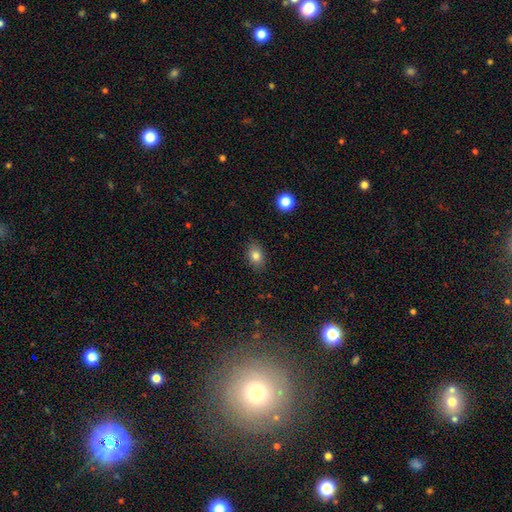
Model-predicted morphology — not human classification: Smooth or featured?
  - smooth: 82% *
  - star or artifact: 10%
  - featured or disk: 8%
How rounded?
  - in between: 76% *
  - round: 23%
  - cigar-shaped: 1%
Merging?
  - none: 86% *
  - minor disturbance: 10%
  - major disturbance: 3%
  - merger: 1%